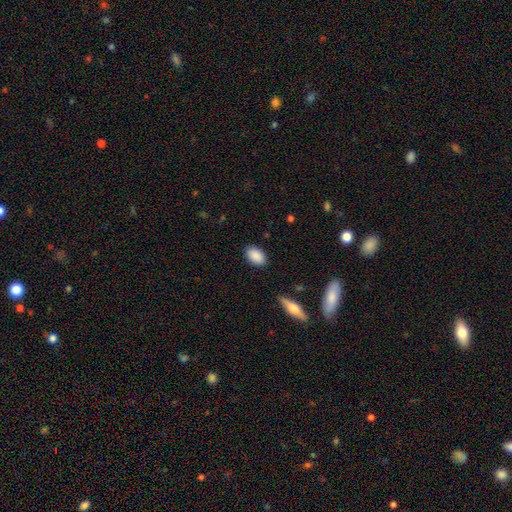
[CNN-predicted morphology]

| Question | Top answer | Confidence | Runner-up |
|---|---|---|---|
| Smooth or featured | smooth | 89% | star or artifact (7%) |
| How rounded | in between | 90% | round (9%) |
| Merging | none | 87% | minor disturbance (10%) |